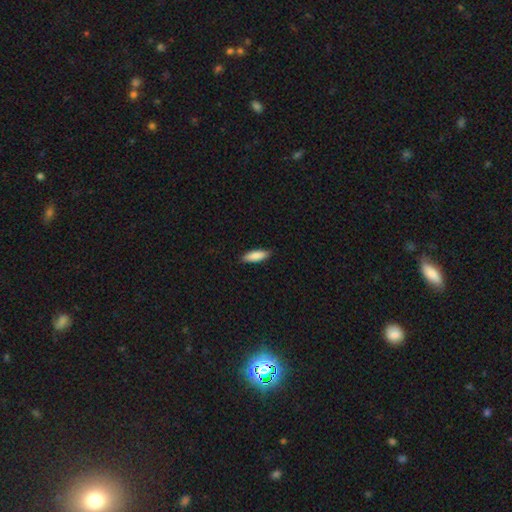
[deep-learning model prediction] Overall: smooth (87%). How rounded: in between (58%; cigar-shaped 40%). Merging: none (87%).